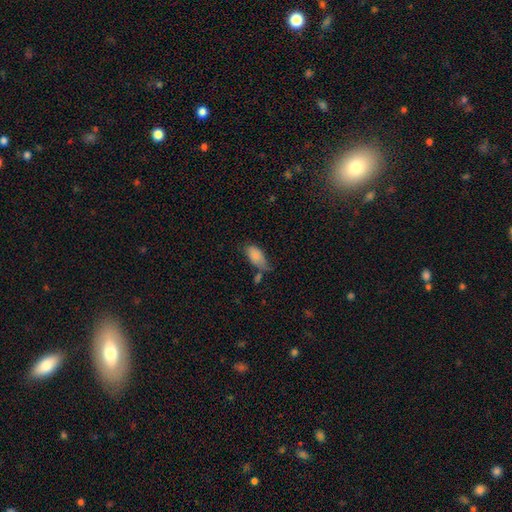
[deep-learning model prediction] smooth-or-featured: smooth: 83% | featured or disk: 9% | star or artifact: 8%
  how-rounded: in between: 92% | cigar-shaped: 5% | round: 3%
  merging: none: 37% | minor disturbance: 33% | merger: 17% | major disturbance: 13%